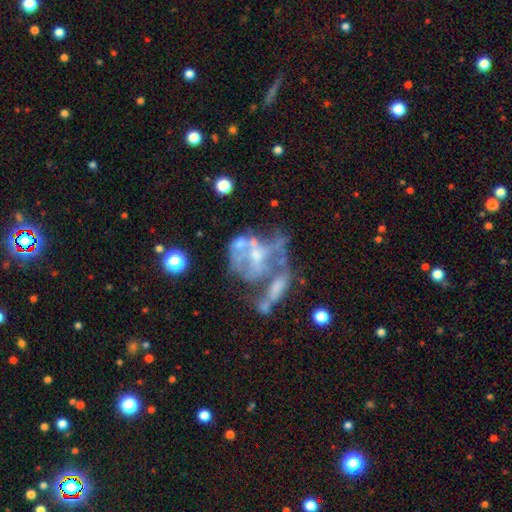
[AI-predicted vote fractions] The model was most divided on "merging": merger: 41%, none: 27%, major disturbance: 19%, minor disturbance: 13%. More confident: edge-on disk — no (94%); smooth or featured — featured or disk (71%); spiral arms — yes (67%); bar — no (55%); bulge size — small (54%).